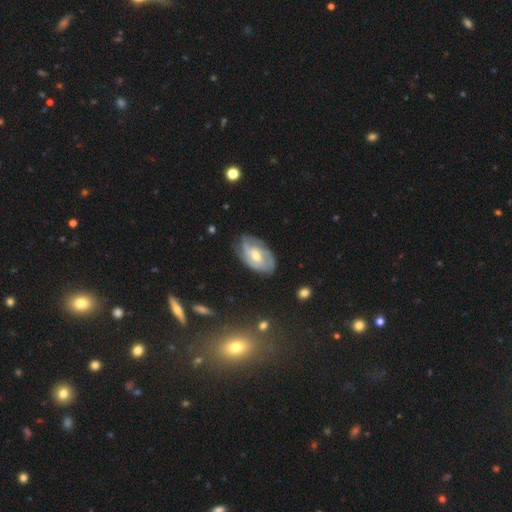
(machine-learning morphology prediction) featured or disk 74%, smooth 19%, star or artifact 7%. Down the decision tree: edge-on disk — no (95%); bar — no (45%); spiral arms — yes (87%); spiral arm count — can't tell (38%); spiral winding — tight (53%); bulge size — moderate (62%); merging — none (65%).